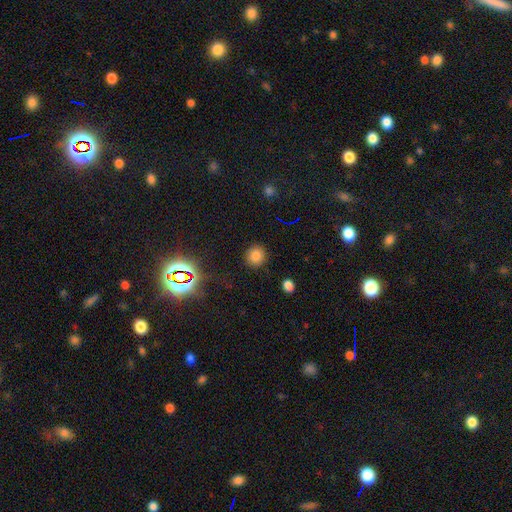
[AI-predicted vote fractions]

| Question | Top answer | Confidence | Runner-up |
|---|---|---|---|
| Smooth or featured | smooth | 78% | star or artifact (16%) |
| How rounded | round | 89% | in between (10%) |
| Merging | none | 89% | minor disturbance (7%) |